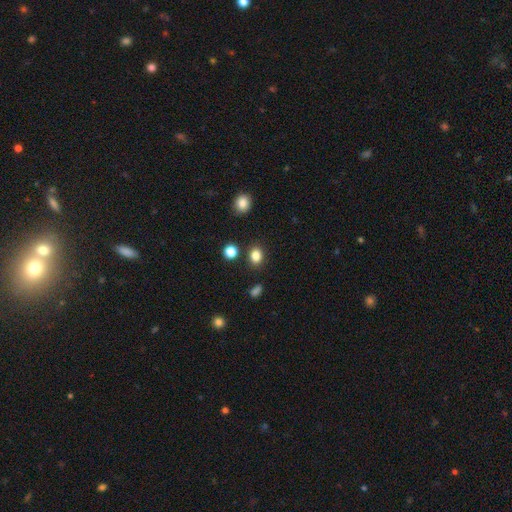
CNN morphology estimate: This is clearly a smooth galaxy (83%). How rounded: possibly in between (53%). Merging: clearly none (84%).